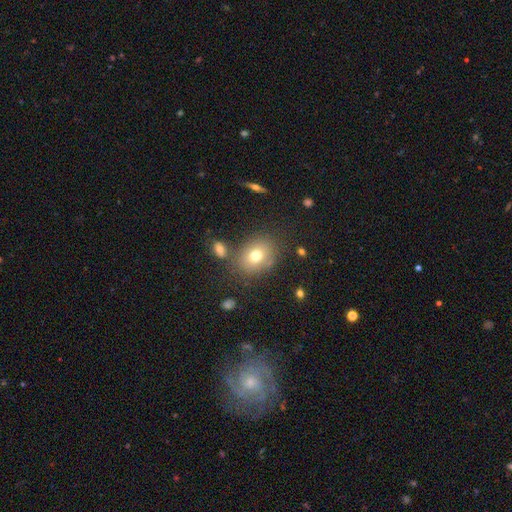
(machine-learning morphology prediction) Smooth or featured? smooth (73%)
How rounded? in between (56%)
Merging? none (75%)